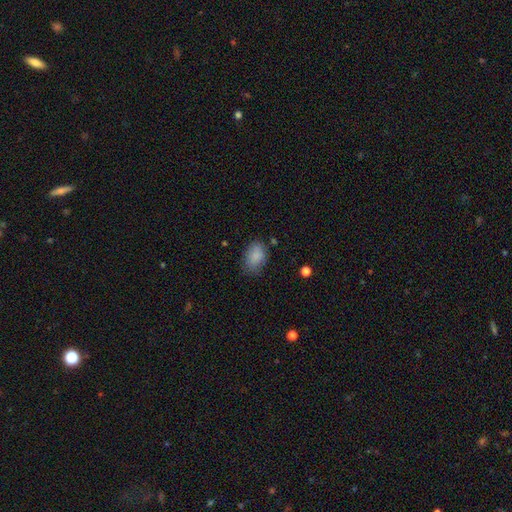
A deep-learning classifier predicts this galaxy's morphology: Smooth or featured? smooth (87%)
How rounded? in between (85%)
Merging? none (71%)